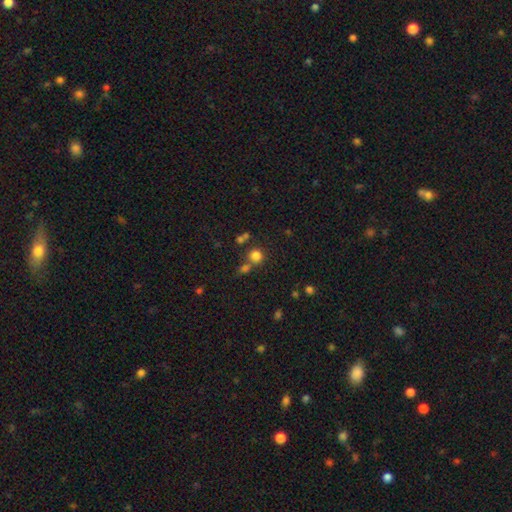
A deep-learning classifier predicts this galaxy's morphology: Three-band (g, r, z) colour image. It shows a smooth galaxy with no disk features (77%) that is round (87%). Merging: none (62%).